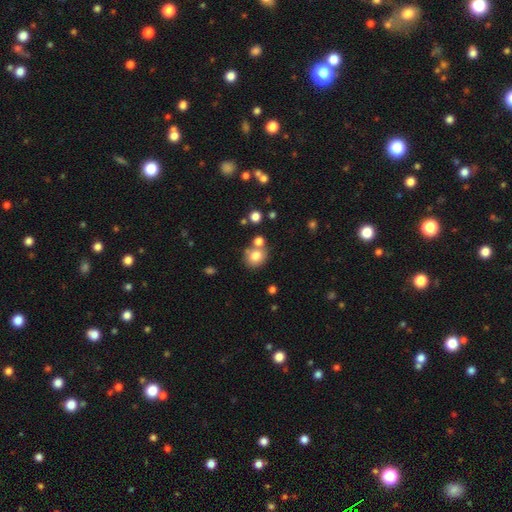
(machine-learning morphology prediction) Overall: smooth (78%). How rounded: round (79%). Merging: none (61%; merger 24%).